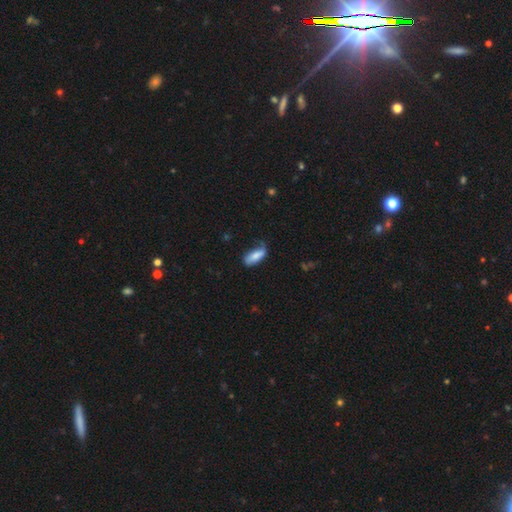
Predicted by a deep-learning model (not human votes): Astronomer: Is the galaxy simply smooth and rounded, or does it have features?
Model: smooth — 77%.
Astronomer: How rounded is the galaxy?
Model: in between — 73%.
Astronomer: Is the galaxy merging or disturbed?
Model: none — 52% (runner-up: minor disturbance, 34%).